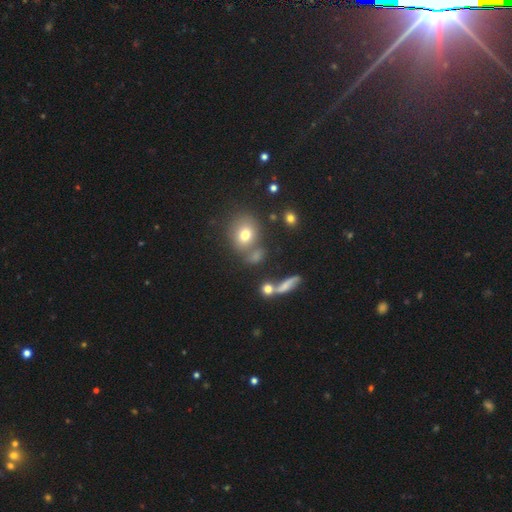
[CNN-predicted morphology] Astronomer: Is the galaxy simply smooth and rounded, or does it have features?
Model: smooth — 63%.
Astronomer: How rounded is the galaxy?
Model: round — 64%.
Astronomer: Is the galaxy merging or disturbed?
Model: none — 62%.